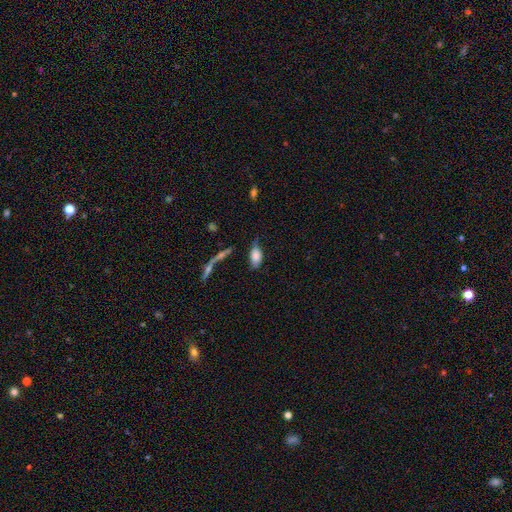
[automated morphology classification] A smooth galaxy with no disk features (79%) that is in between round and cigar-shaped (92%).

Vote fractions:
- Smooth or featured? smooth: 79% / featured or disk: 13% / star or artifact: 8%
- How rounded? in between: 92% / round: 4% / cigar-shaped: 4%
- Merging? none: 48% / minor disturbance: 30% / major disturbance: 14% / merger: 8%